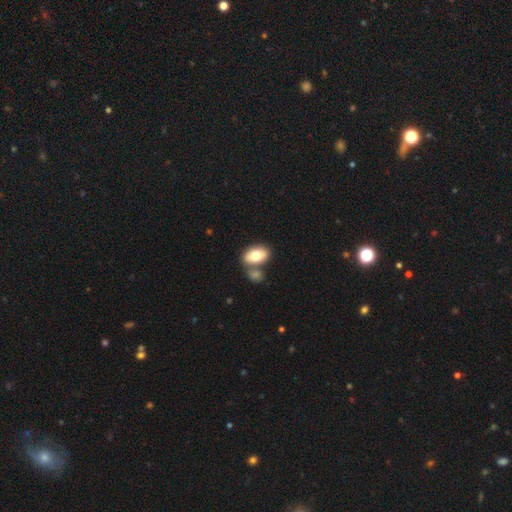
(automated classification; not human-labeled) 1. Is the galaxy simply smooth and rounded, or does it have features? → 78% smooth, 16% featured or disk, 6% star or artifact.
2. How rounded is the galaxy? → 91% in between, 8% round, 2% cigar-shaped.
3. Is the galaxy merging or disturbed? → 53% none, 32% merger, 11% minor disturbance, 4% major disturbance.